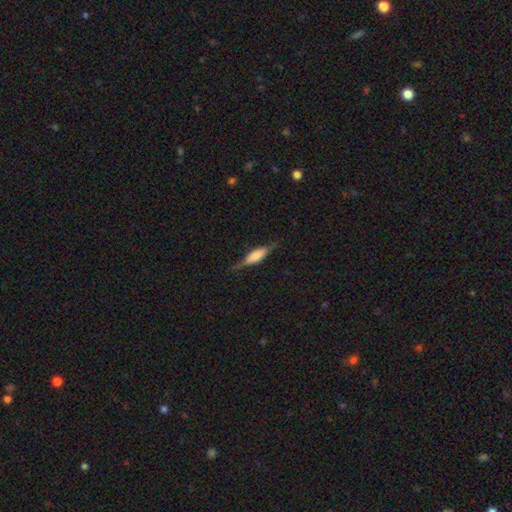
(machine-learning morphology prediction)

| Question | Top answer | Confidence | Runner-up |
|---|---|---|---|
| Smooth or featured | featured or disk | 52% | smooth (40%) |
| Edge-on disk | yes | 93% | no (7%) |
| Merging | none | 77% | minor disturbance (16%) |